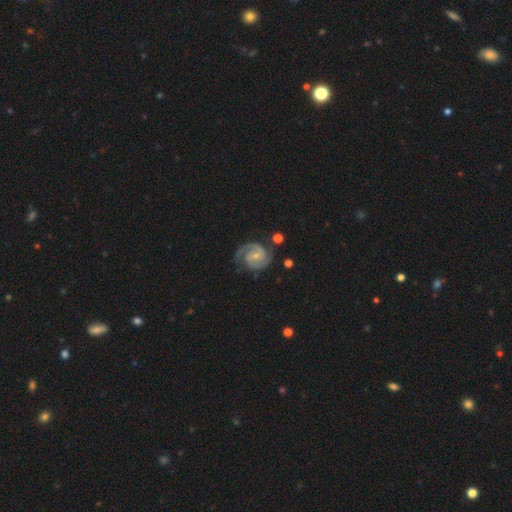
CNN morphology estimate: Overall: featured or disk (90%). Edge-on disk: no (98%). Bar: no (49%; weak 40%). Spiral arms: yes (98%). Spiral arm count: 2 (87%). Spiral winding: tight (51%; medium 43%). Bulge size: small (68%). Merging: none (74%).